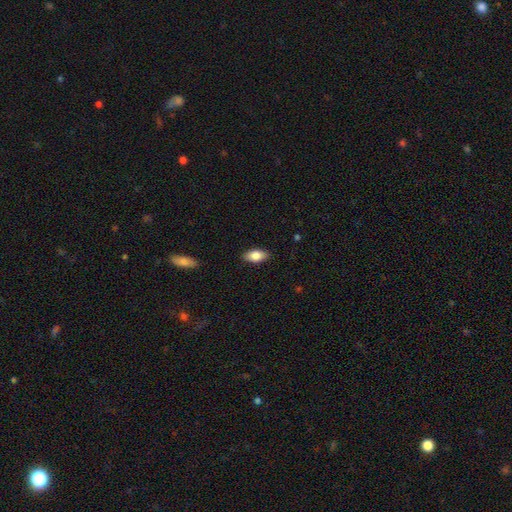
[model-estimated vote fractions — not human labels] smooth 81%, featured or disk 12%, star or artifact 7%. Down the decision tree: how rounded — in between (90%); merging — none (88%).